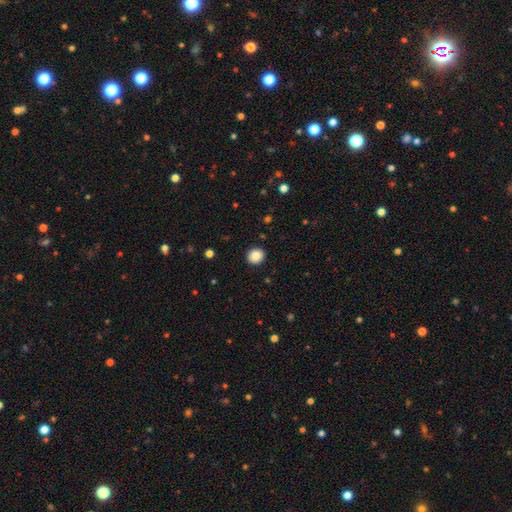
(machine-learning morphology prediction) The model was most divided on "how rounded": round: 82%, in between: 17%, cigar-shaped: 1%. More confident: merging — none (92%); smooth or featured — smooth (88%).